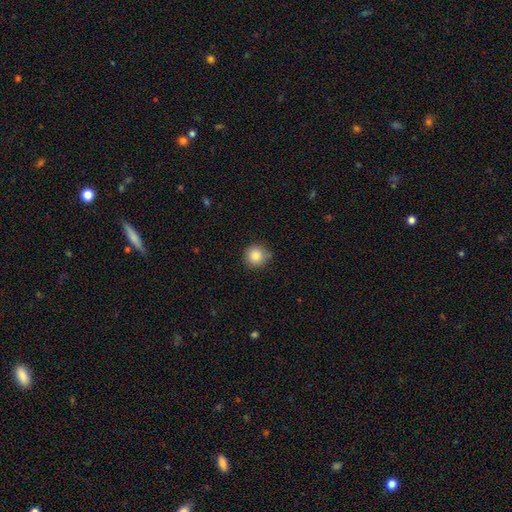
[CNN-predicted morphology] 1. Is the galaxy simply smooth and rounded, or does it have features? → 86% smooth, 10% star or artifact, 4% featured or disk.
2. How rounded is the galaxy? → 94% round, 5% in between, 1% cigar-shaped.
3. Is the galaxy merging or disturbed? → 82% none, 13% minor disturbance, 3% major disturbance, 2% merger.